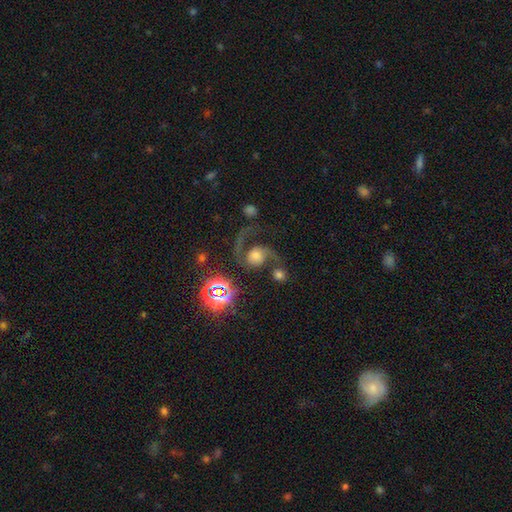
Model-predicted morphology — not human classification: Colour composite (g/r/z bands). It shows a featured or disk galaxy (74%) with no bar (69%), 2 (84%) loose (57%) spiral arms (95%) and a moderate central bulge (39%). Merging: none (50%).